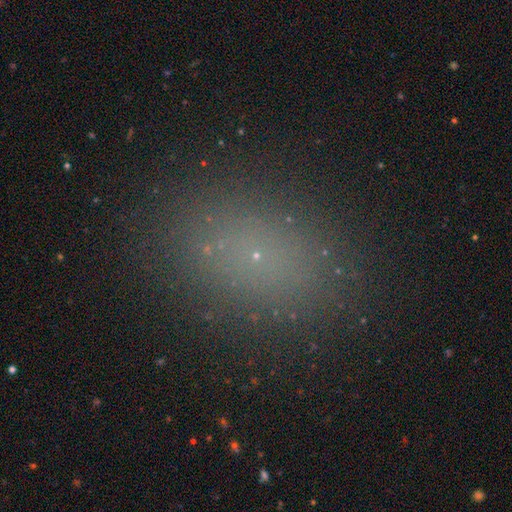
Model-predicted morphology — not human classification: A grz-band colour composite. It shows a smooth galaxy with no disk features (67%) that is in between round and cigar-shaped (82%). Merging: none (86%).